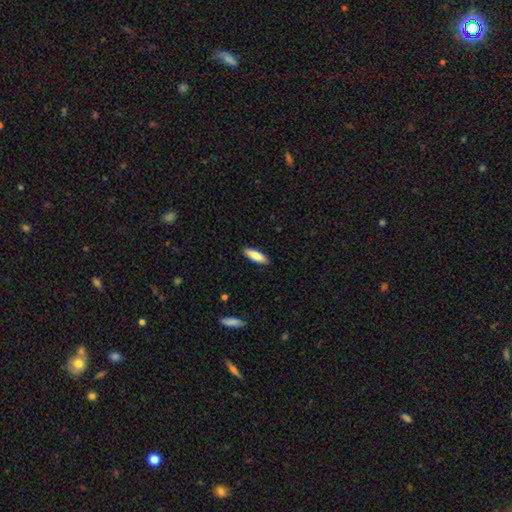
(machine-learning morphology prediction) type=smooth (83%); roundness=in between (50%); merging=none (89%).